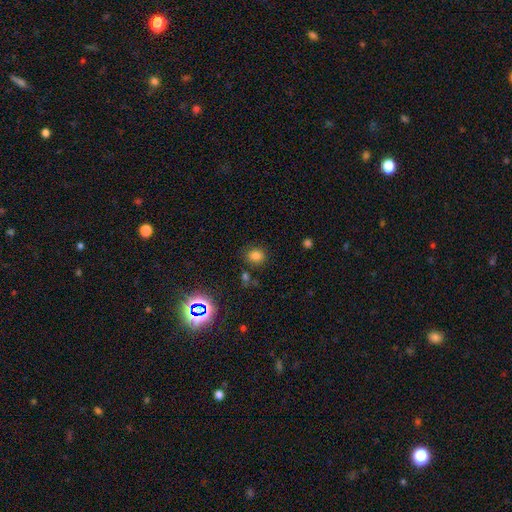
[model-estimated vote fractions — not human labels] smooth 76%, star or artifact 18%, featured or disk 6%. Down the decision tree: how rounded — round (71%); merging — none (82%).